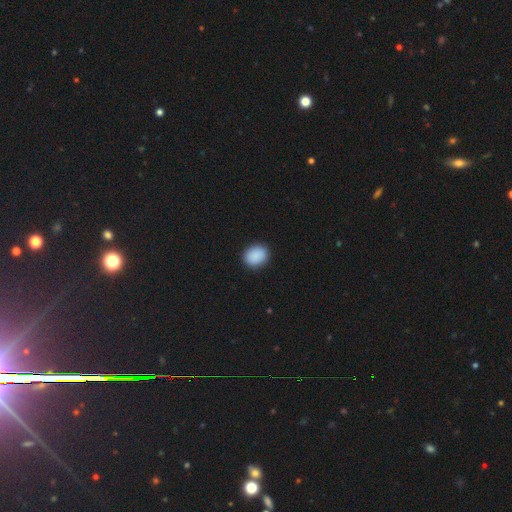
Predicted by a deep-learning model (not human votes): The model was most divided on "how rounded": round: 58%, in between: 41%, cigar-shaped: 1%. More confident: merging — none (90%); smooth or featured — smooth (90%).